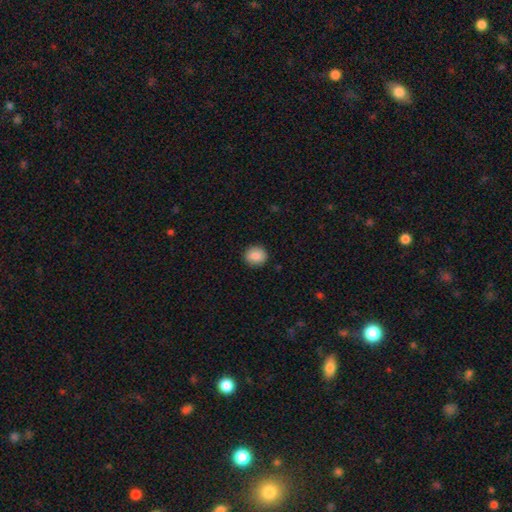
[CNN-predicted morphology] type=smooth (88%); roundness=round (80%); merging=none (89%).